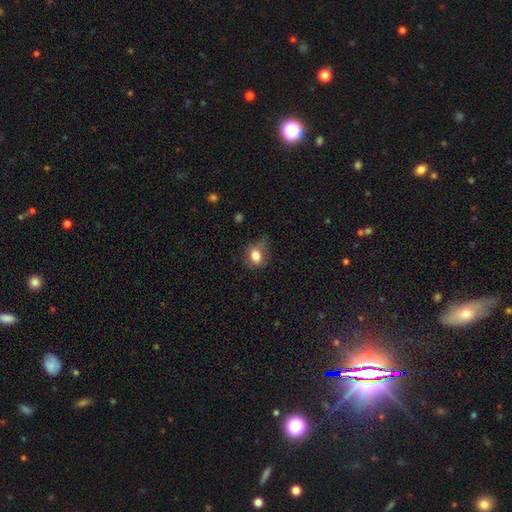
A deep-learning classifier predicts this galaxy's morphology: A smooth galaxy with no disk features (80%) that is round (51%).

Vote fractions:
- Smooth or featured? smooth: 80% / featured or disk: 10% / star or artifact: 10%
- How rounded? round: 51% / in between: 47% / cigar-shaped: 1%
- Merging? none: 54% / minor disturbance: 32% / major disturbance: 12% / merger: 2%